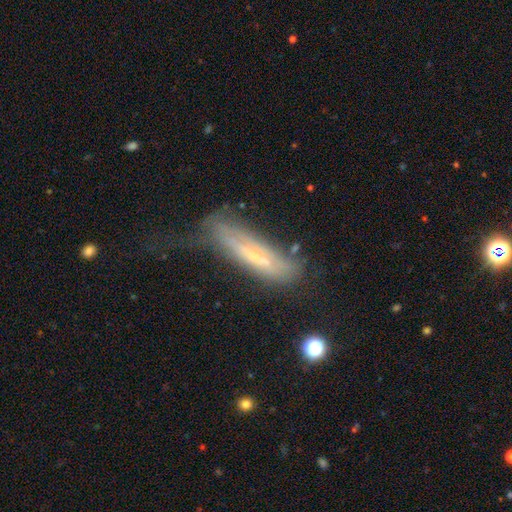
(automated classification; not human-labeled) This appears to be a featured or disk galaxy (54%) viewed edge-on (61%). Merging: none (40%).